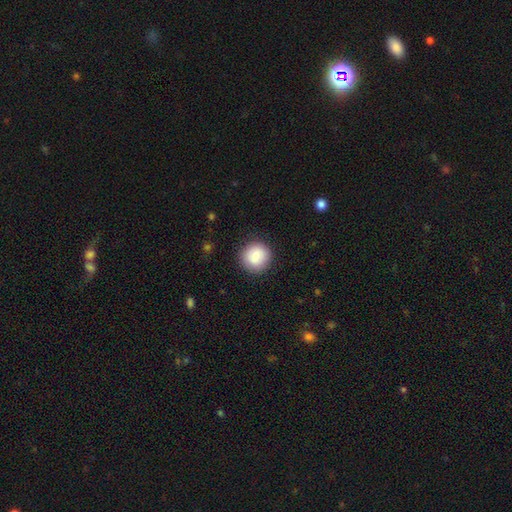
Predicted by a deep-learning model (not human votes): smooth_or_featured: smooth (p=0.81) [alt: featured or disk p=0.11]
how_rounded: round (p=0.93) [alt: in between p=0.06]
merging: none (p=0.89) [alt: minor disturbance p=0.08]